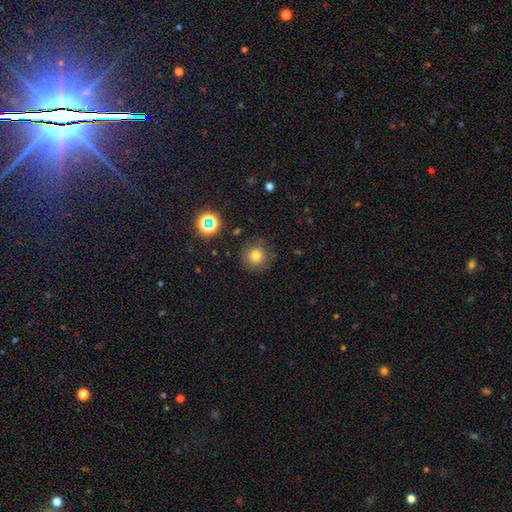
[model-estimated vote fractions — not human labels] A smooth galaxy with no disk features (75%) that is round (94%). Merging: none (85%).